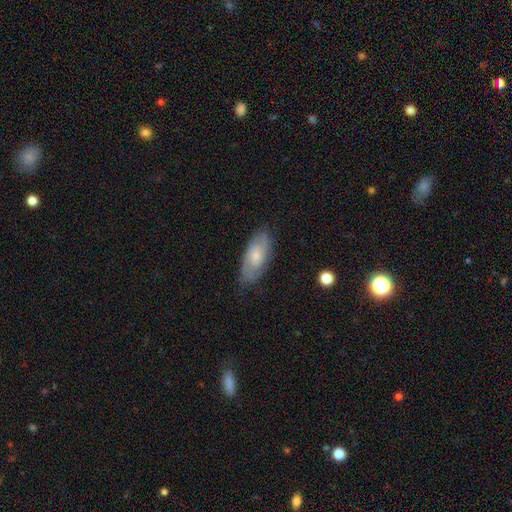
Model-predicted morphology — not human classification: Smooth or featured: smooth — 51% (featured or disk — 42%)
How rounded: in between — 86% (cigar-shaped — 12%)
Merging: none — 73% (minor disturbance — 21%)